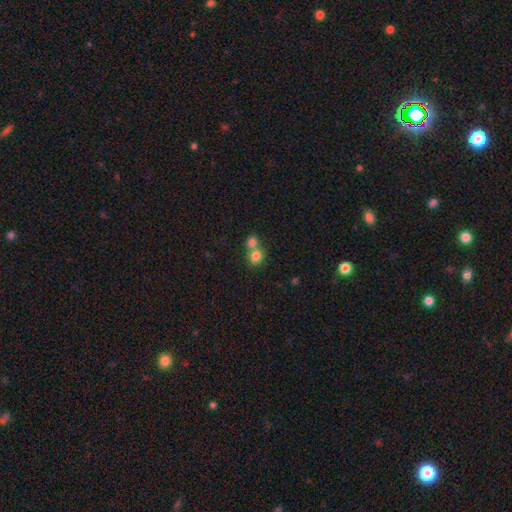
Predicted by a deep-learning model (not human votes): Smooth or featured: smooth — 80% (star or artifact — 11%)
How rounded: round — 80% (in between — 19%)
Merging: merger — 53% (none — 39%)